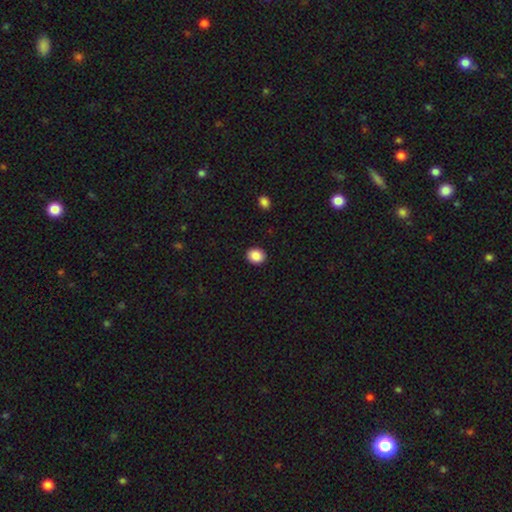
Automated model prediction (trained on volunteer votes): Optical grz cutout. It shows a smooth galaxy with no disk features (88%) that is round (63%). Merging: none (91%).